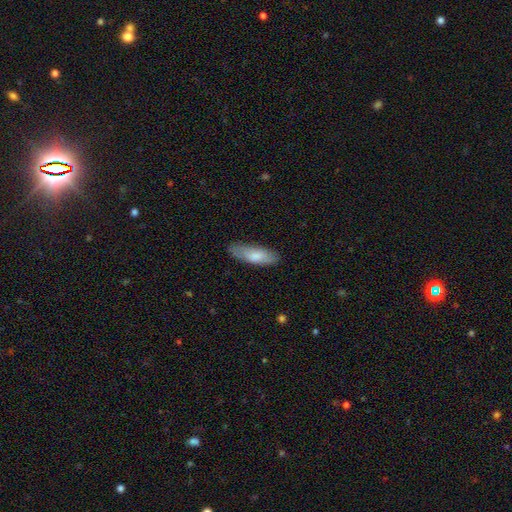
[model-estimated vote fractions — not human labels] smooth_or_featured: smooth (p=0.77) [alt: featured or disk p=0.17]
how_rounded: in between (p=0.59) [alt: cigar-shaped p=0.39]
merging: none (p=0.75) [alt: minor disturbance p=0.19]